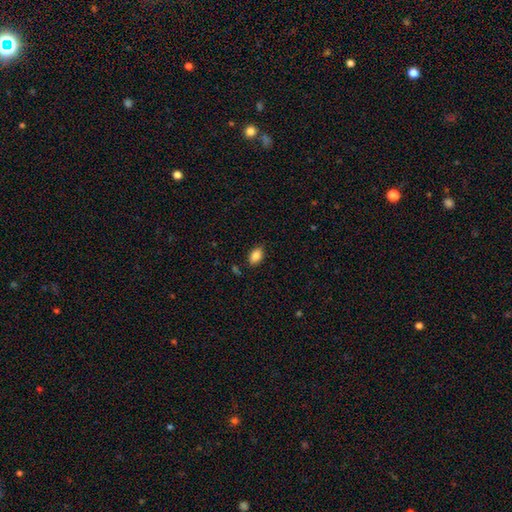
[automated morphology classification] Smooth or featured? Predicted: smooth (p=0.85). How rounded? Predicted: in between (p=0.89). Merging? Predicted: none (p=0.81).